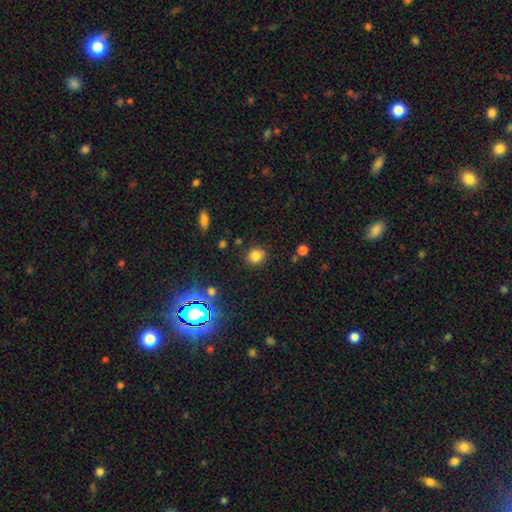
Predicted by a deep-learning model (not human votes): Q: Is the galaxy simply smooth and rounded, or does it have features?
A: smooth — 80%.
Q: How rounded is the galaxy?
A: round — 79%.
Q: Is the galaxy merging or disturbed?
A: none — 85%.